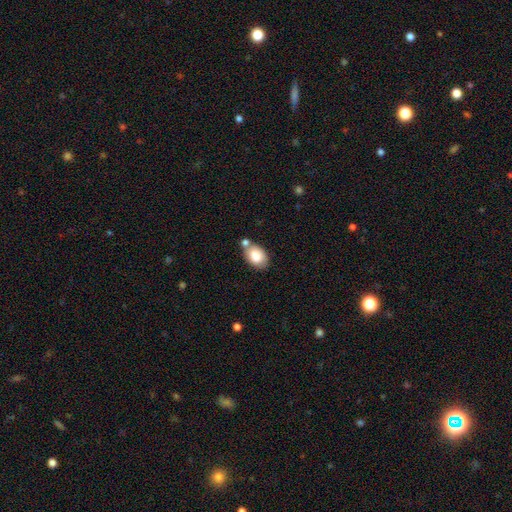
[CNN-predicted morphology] The model was most divided on "merging": none: 57%, merger: 21%, minor disturbance: 18%, major disturbance: 4%. More confident: how rounded — in between (86%); smooth or featured — smooth (82%).